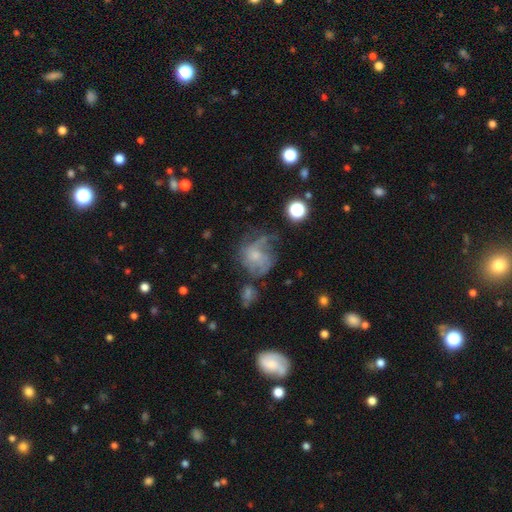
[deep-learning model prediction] A featured or disk galaxy (53%) with no bar (77%), spiral arms (64%) and a small central bulge (50%). Merging: none (36%).